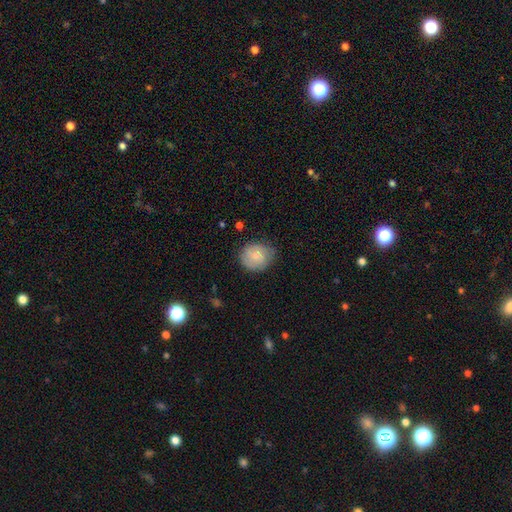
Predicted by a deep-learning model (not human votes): Overall: smooth (74%). How rounded: round (73%). Merging: none (68%).